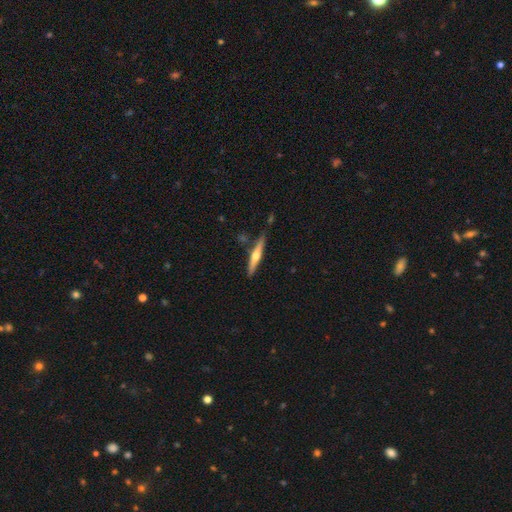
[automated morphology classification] Smooth or featured? featured or disk (60%)
Edge-on disk? yes (96%)
Edge-on bulge? rounded (91%)
Merging? none (81%)